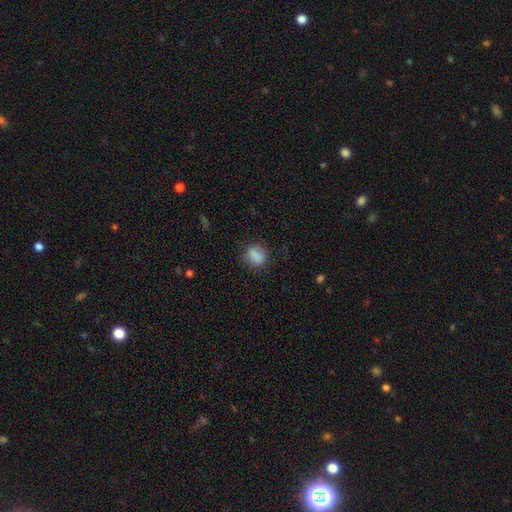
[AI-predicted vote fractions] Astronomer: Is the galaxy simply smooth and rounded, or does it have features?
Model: smooth — 84%.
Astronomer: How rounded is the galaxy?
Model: in between — 57% (runner-up: round, 40%).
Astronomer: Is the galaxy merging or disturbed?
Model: none — 77%.